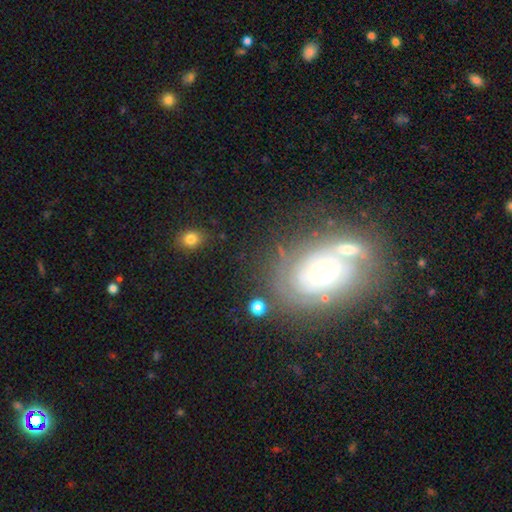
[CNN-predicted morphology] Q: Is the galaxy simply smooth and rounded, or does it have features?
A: featured or disk — 63%.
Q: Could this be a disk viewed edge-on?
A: no — 95%.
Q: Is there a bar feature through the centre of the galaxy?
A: no — 78%.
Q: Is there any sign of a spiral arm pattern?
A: yes — 70%.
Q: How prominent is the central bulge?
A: moderate — 46%.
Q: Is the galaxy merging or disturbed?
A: none — 62%.